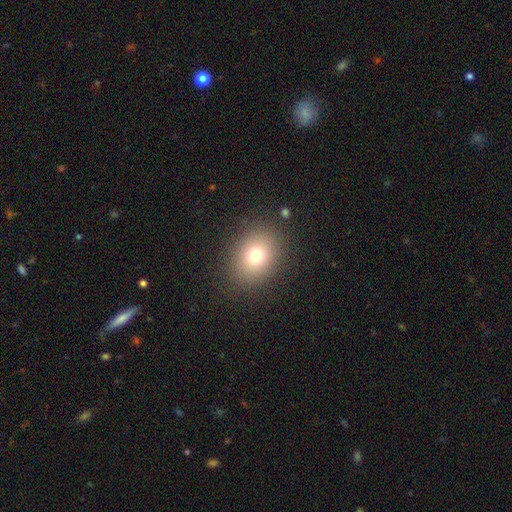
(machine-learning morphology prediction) This appears to be a smooth galaxy with no disk features (73%) that is round (58%). Merging: none (86%).